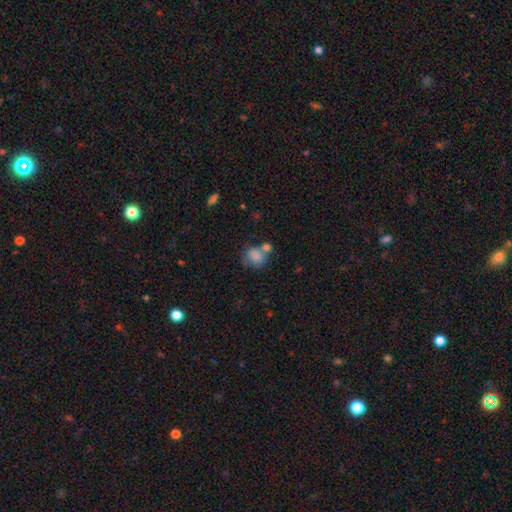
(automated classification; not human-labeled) Smooth or featured? smooth (79%)
How rounded? round (55%)
Merging? none (38%)